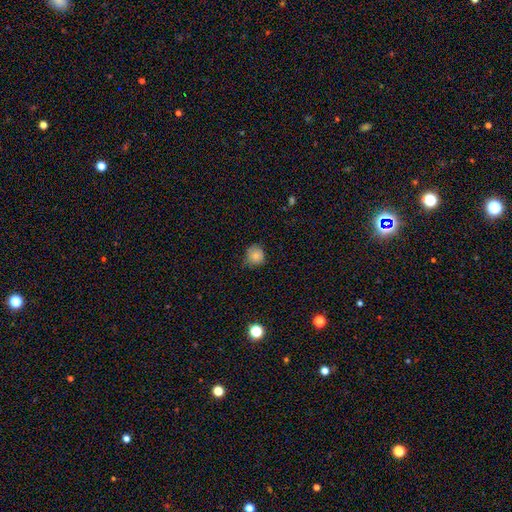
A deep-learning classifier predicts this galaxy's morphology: type=smooth (82%); roundness=round (85%); merging=none (72%).